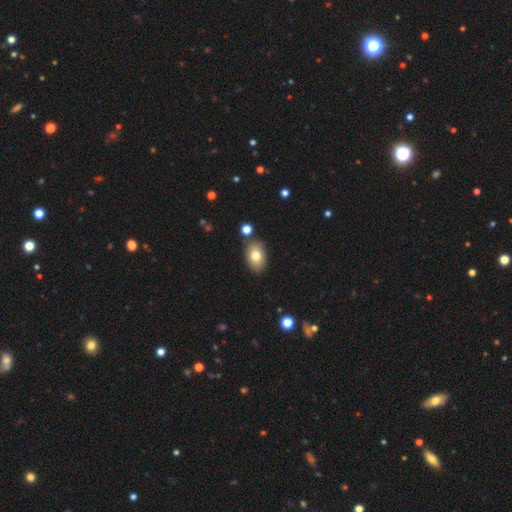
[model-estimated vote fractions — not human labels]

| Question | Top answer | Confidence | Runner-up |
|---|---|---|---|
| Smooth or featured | smooth | 78% | featured or disk (14%) |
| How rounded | in between | 87% | round (12%) |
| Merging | none | 82% | minor disturbance (11%) |